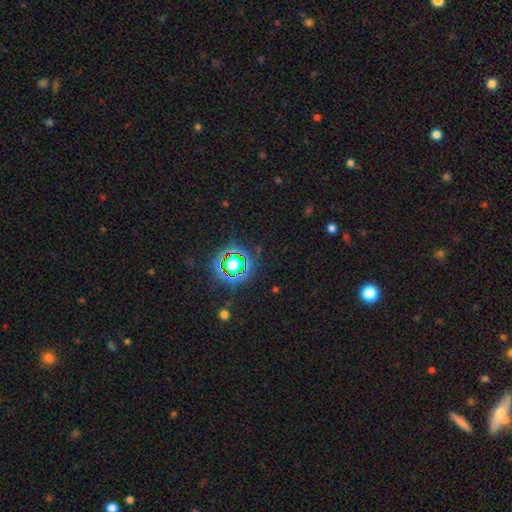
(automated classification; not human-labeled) A star or artifact, not a galaxy (80%).